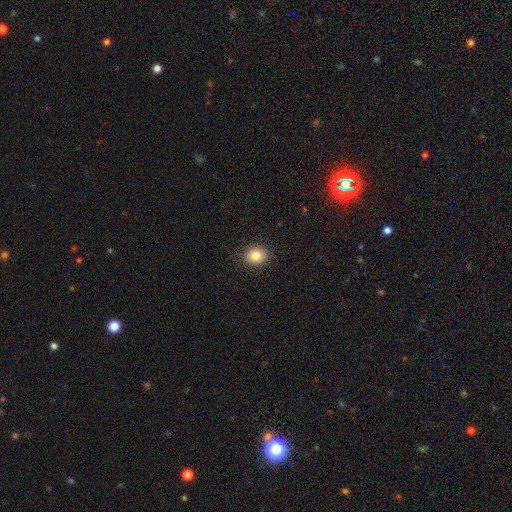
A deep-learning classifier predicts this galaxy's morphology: smooth-or-featured: smooth: 85% | star or artifact: 9% | featured or disk: 5%
  how-rounded: round: 66% | in between: 33% | cigar-shaped: 1%
  merging: none: 90% | minor disturbance: 7% | major disturbance: 2% | merger: 1%